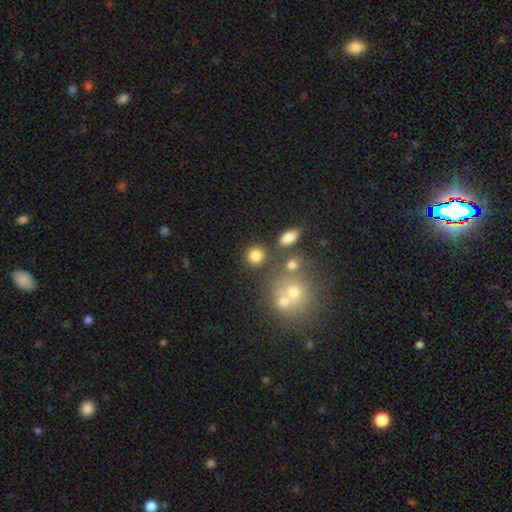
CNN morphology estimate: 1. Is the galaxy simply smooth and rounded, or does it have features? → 79% smooth, 13% star or artifact, 8% featured or disk.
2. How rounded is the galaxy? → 86% round, 13% in between, 1% cigar-shaped.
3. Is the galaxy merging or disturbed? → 75% none, 11% merger, 10% minor disturbance, 4% major disturbance.